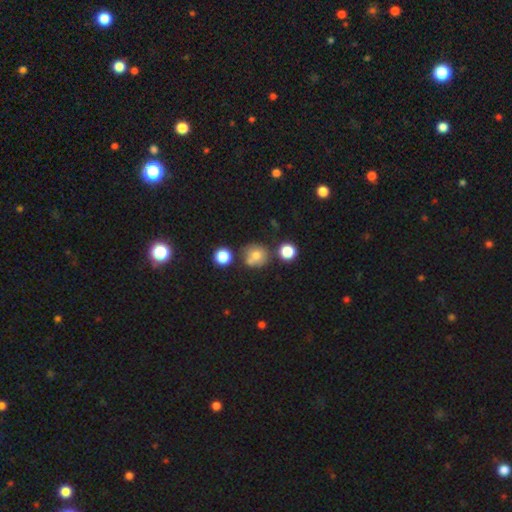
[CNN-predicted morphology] A smooth galaxy with no disk features (72%) that is round (88%).

Vote fractions:
- Smooth or featured? smooth: 72% / star or artifact: 14% / featured or disk: 14%
- How rounded? round: 88% / in between: 11% / cigar-shaped: 1%
- Merging? none: 63% / merger: 21% / minor disturbance: 12% / major disturbance: 4%